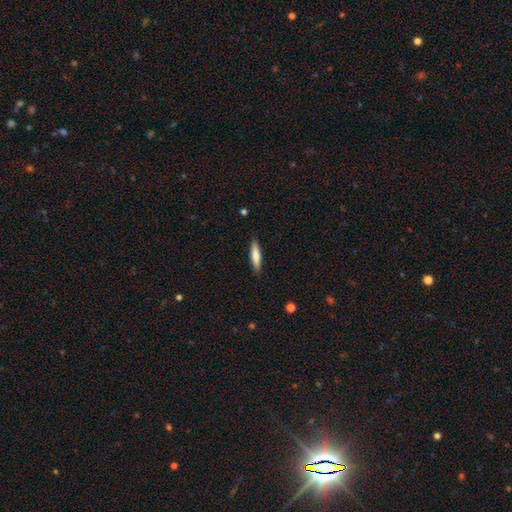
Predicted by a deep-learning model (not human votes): Smooth or featured? smooth (74%)
How rounded? cigar-shaped (82%)
Merging? none (88%)